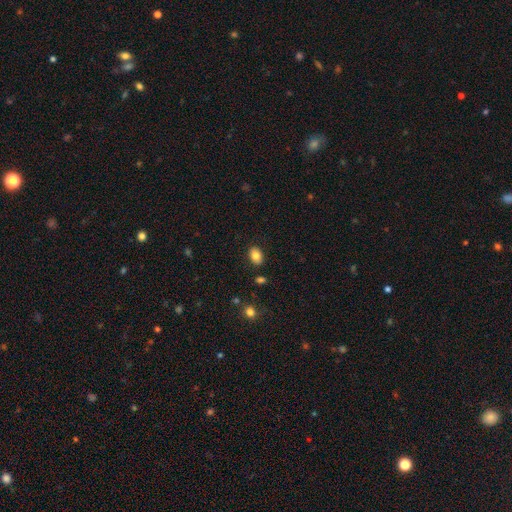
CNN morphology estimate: Q: Smooth or featured?
A: smooth (82%); runner-up: star or artifact (9%)
Q: How rounded?
A: in between (80%); runner-up: round (19%)
Q: Merging?
A: none (86%); runner-up: minor disturbance (10%)